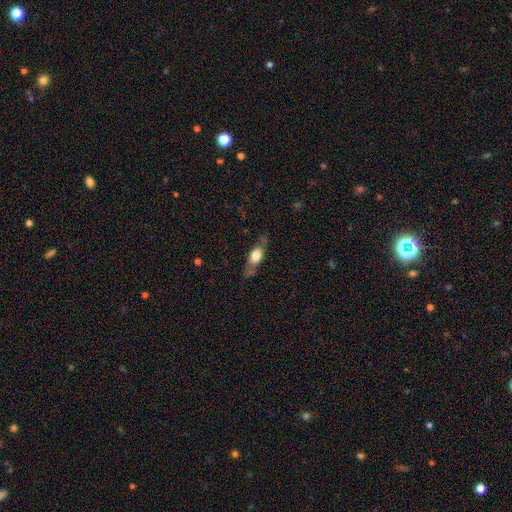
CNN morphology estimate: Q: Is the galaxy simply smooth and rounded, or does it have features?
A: smooth — 55%.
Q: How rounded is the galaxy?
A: in between — 59%.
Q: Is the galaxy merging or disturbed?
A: none — 70%.